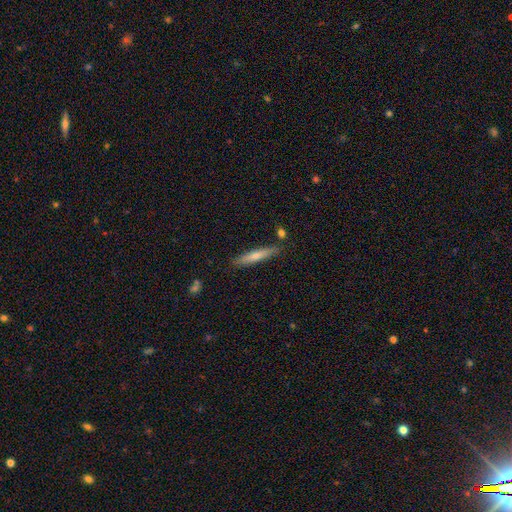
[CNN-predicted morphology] The model was most divided on "smooth or featured": smooth: 61%, featured or disk: 33%, star or artifact: 6%. More confident: how rounded — cigar-shaped (91%); merging — none (84%).